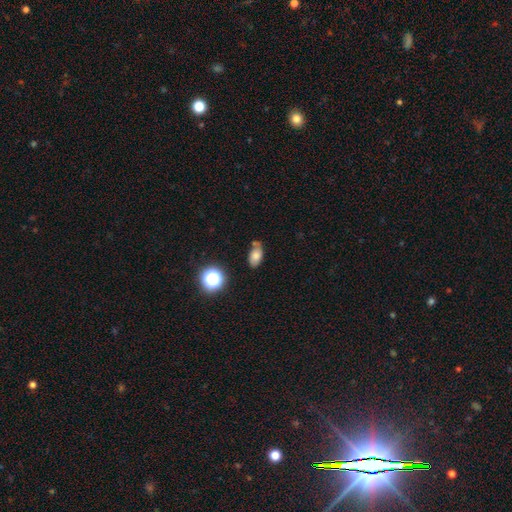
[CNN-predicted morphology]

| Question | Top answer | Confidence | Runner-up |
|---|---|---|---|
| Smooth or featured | smooth | 71% | featured or disk (17%) |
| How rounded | in between | 87% | round (10%) |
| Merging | none | 63% | minor disturbance (24%) |